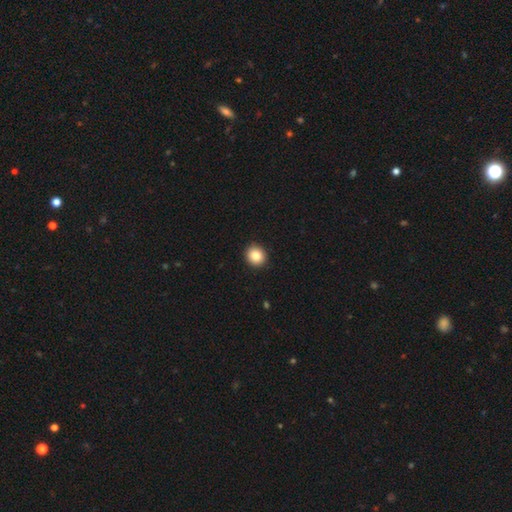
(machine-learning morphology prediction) Overall: smooth (85%). How rounded: round (87%). Merging: none (93%).